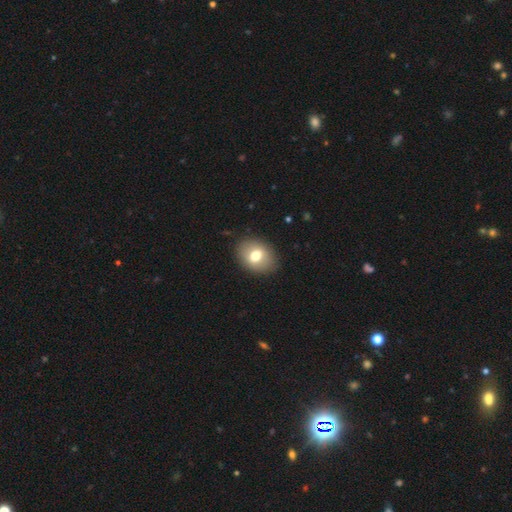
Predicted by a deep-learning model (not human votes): A smooth galaxy with no disk features (72%) that is in between round and cigar-shaped (63%). Merging: none (87%).